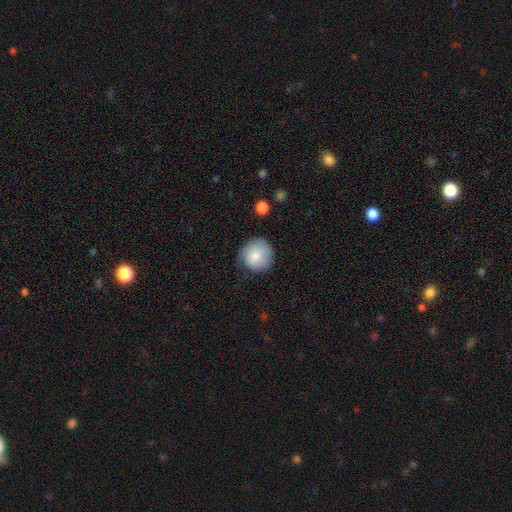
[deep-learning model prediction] smooth_or_featured: smooth (p=0.83) [alt: featured or disk p=0.10]
how_rounded: round (p=0.91) [alt: in between p=0.08]
merging: none (p=0.70) [alt: minor disturbance p=0.23]